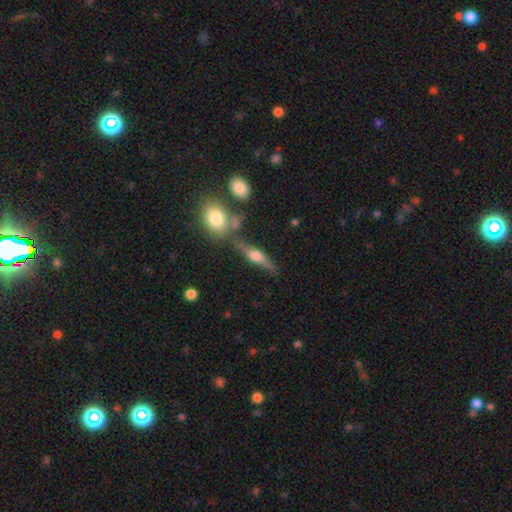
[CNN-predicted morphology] type=featured or disk (70%); edge-on=yes (87%); edge-on bulge=rounded (90%); merging=none (65%).